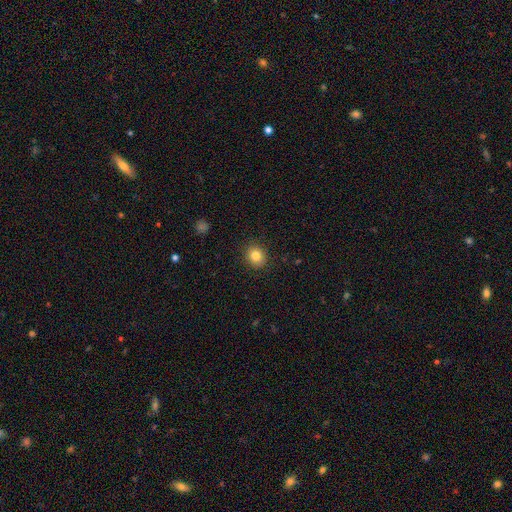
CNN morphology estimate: A smooth galaxy with no disk features (83%) that is round (72%). Merging: none (89%).